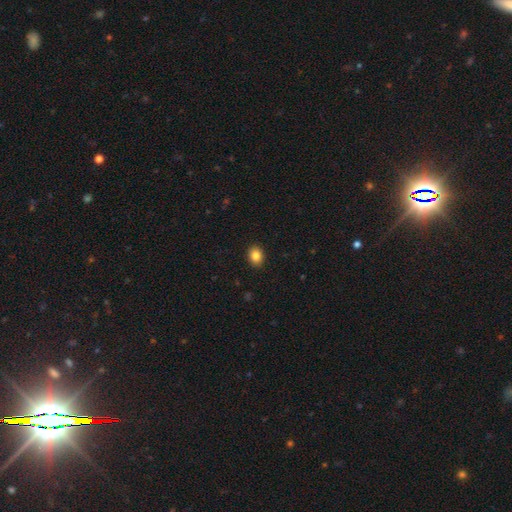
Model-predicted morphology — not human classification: Overall: smooth (85%). How rounded: round (51%; in between 48%). Merging: none (91%).